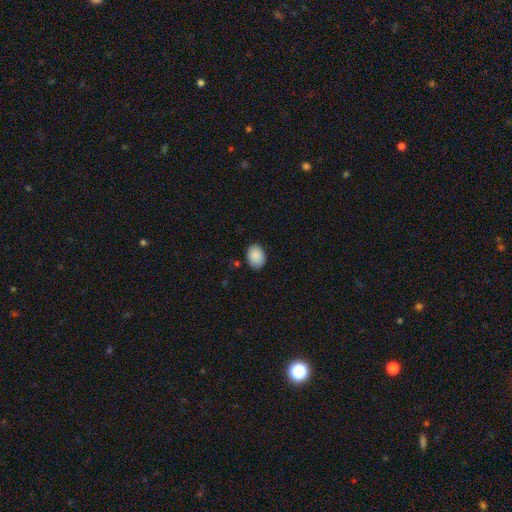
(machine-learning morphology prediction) smooth_or_featured: smooth (p=0.90) [alt: star or artifact p=0.07]
how_rounded: in between (p=0.73) [alt: round p=0.26]
merging: none (p=0.84) [alt: minor disturbance p=0.12]